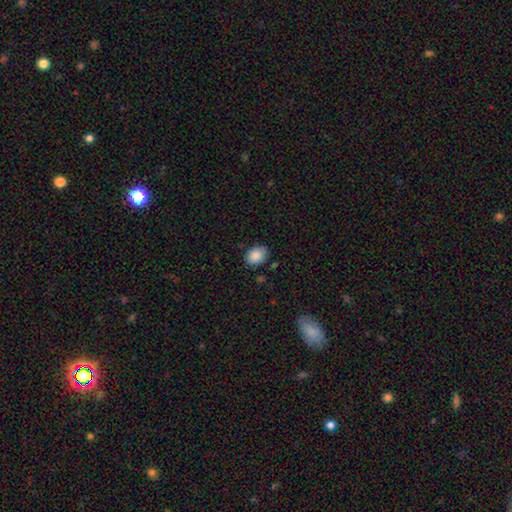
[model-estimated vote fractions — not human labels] This appears to be a smooth galaxy with no disk features (88%) that is in between round and cigar-shaped (71%). Merging: none (81%).